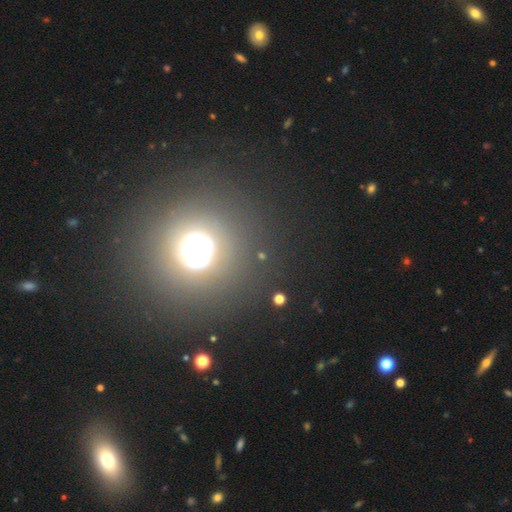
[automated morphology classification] Smooth or featured? star or artifact (46%)